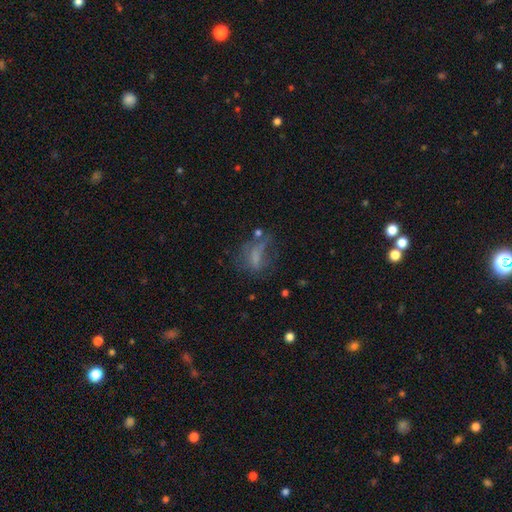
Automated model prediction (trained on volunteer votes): This appears to be a smooth galaxy with no disk features (48%). Merging: none (38%).